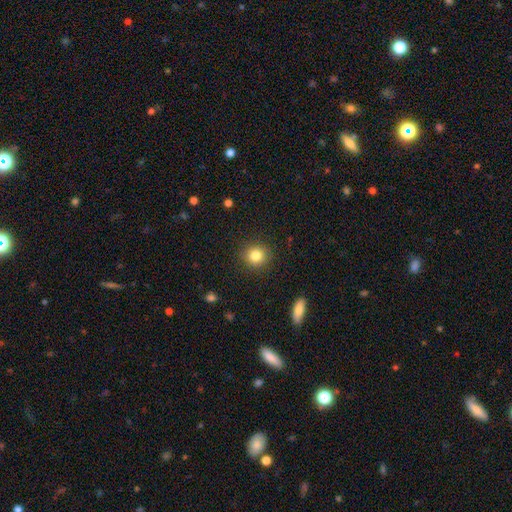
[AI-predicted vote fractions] Smooth or featured?
  - smooth: 83% *
  - star or artifact: 11%
  - featured or disk: 6%
How rounded?
  - round: 89% *
  - in between: 10%
  - cigar-shaped: 1%
Merging?
  - none: 90% *
  - minor disturbance: 6%
  - major disturbance: 2%
  - merger: 1%